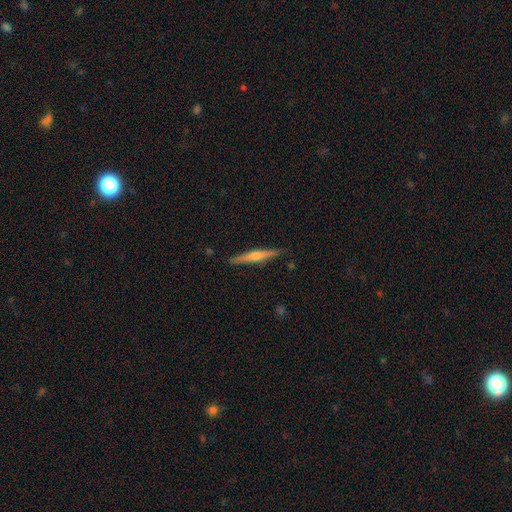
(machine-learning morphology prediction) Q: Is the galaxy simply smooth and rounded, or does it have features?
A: featured or disk — 66%.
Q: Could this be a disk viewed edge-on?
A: yes — 98%.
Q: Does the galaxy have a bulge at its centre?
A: rounded — 81%.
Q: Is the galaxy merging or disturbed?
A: none — 90%.